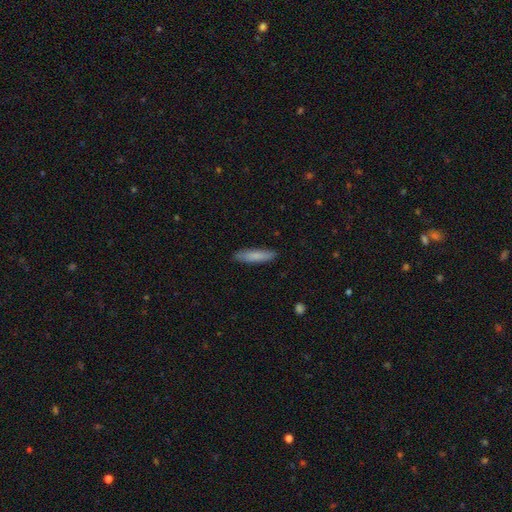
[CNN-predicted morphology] This appears to be a smooth galaxy with no disk features (82%) that is cigar-shaped (78%). Merging: none (88%).